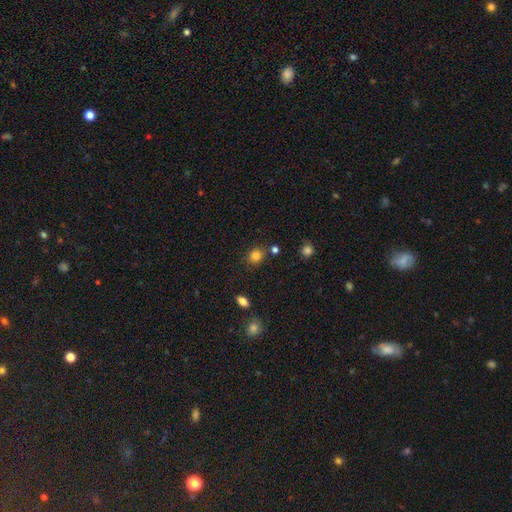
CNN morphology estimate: type=smooth (84%); roundness=round (76%); merging=none (78%).